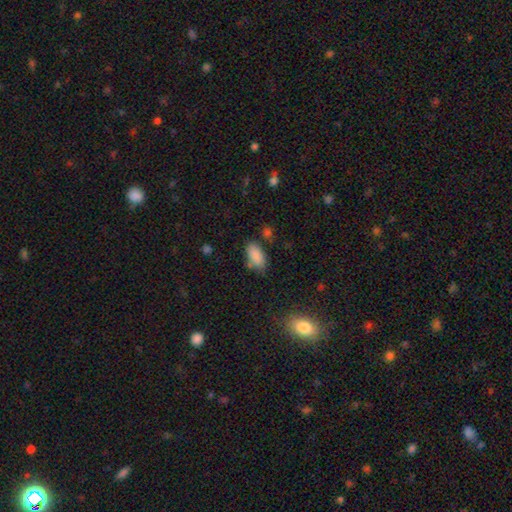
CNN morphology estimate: smooth 87%, star or artifact 8%, featured or disk 5%. Down the decision tree: how rounded — in between (91%); merging — none (70%).